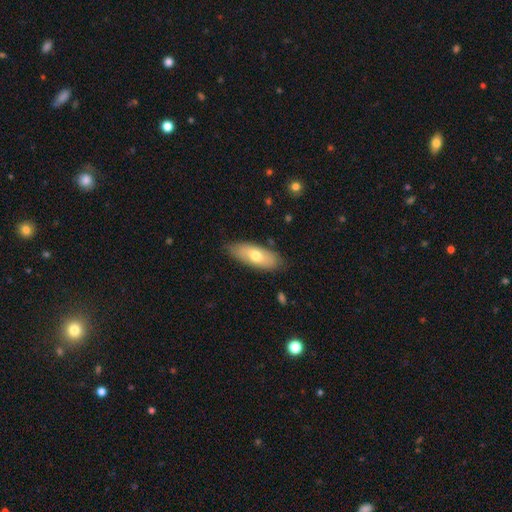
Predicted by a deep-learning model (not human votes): This is likely a smooth galaxy (64%). How rounded: likely in between (78%). Merging: clearly none (82%).